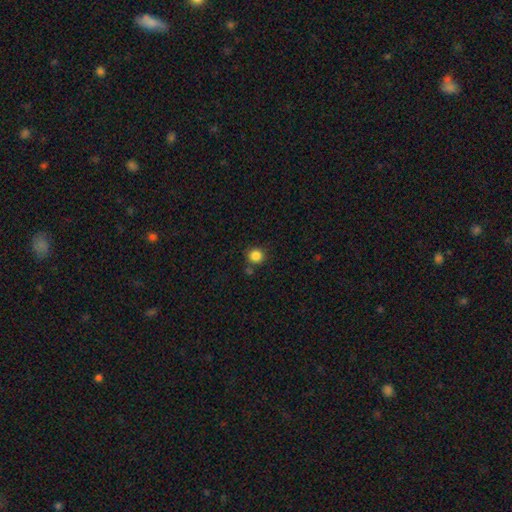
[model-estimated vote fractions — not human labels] Smooth or featured: smooth — 85% (star or artifact — 11%)
How rounded: round — 91% (in between — 8%)
Merging: none — 79% (minor disturbance — 10%)